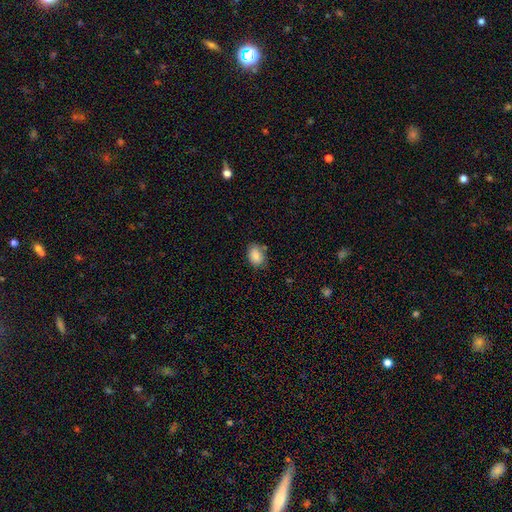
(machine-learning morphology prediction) Smooth or featured? smooth (85%)
How rounded? in between (79%)
Merging? none (75%)